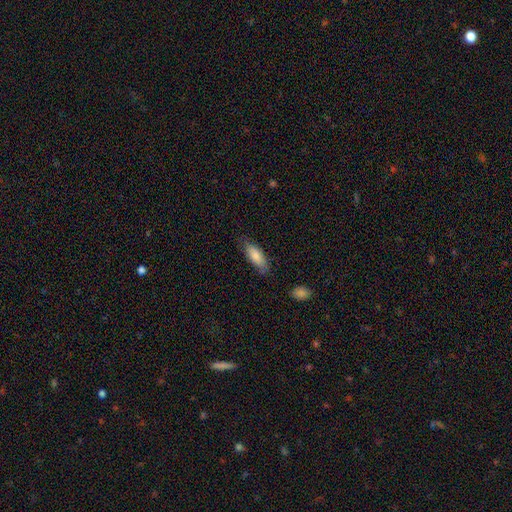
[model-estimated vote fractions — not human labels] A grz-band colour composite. It shows a smooth galaxy with no disk features (80%) that is in between round and cigar-shaped (70%). Merging: none (76%).